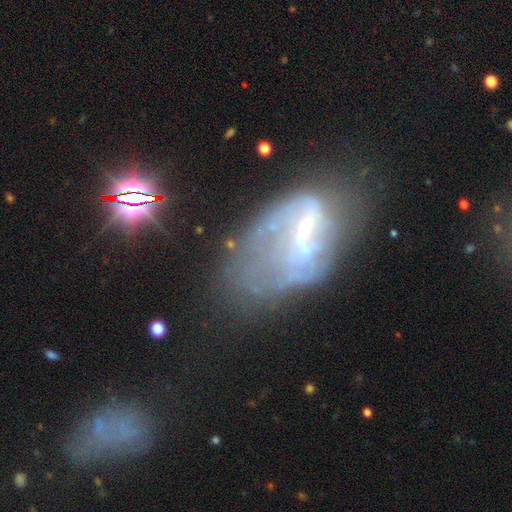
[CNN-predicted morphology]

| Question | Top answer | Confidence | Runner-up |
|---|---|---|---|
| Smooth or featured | featured or disk | 66% | smooth (19%) |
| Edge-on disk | no | 93% | yes (7%) |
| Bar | weak | 40% | strong (34%) |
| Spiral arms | yes | 56% | no (44%) |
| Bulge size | small | 45% | moderate (27%) |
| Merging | none | 37% | major disturbance (32%) |